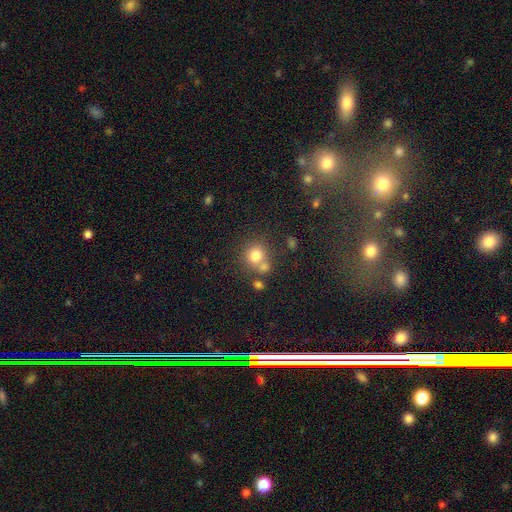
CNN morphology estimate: smooth 77%, star or artifact 13%, featured or disk 10%. Down the decision tree: how rounded — round (86%); merging — none (56%).